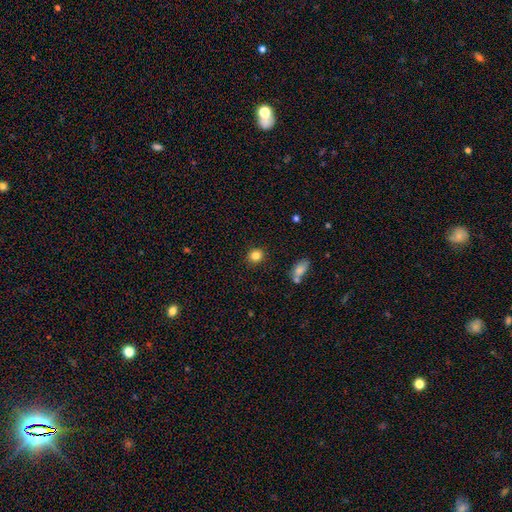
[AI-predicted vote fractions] Smooth or featured: smooth — 84% (star or artifact — 11%)
How rounded: round — 85% (in between — 14%)
Merging: none — 89% (minor disturbance — 7%)